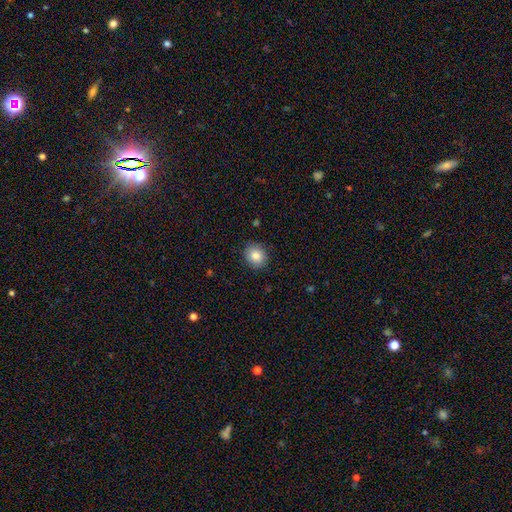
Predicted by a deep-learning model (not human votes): The model was most divided on "how rounded": round: 70%, in between: 29%, cigar-shaped: 1%. More confident: merging — none (86%); smooth or featured — smooth (83%).